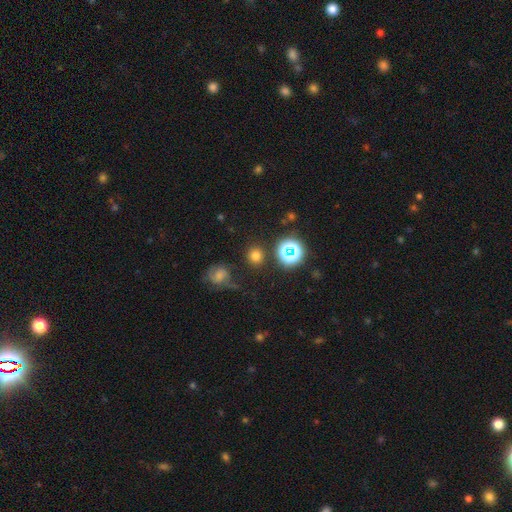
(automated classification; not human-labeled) Smooth or featured? smooth (71%)
How rounded? round (86%)
Merging? none (84%)